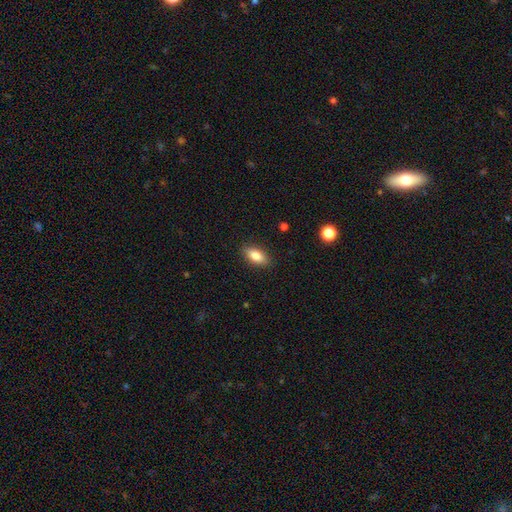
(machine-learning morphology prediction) Overall: smooth (84%). How rounded: in between (86%). Merging: none (88%).